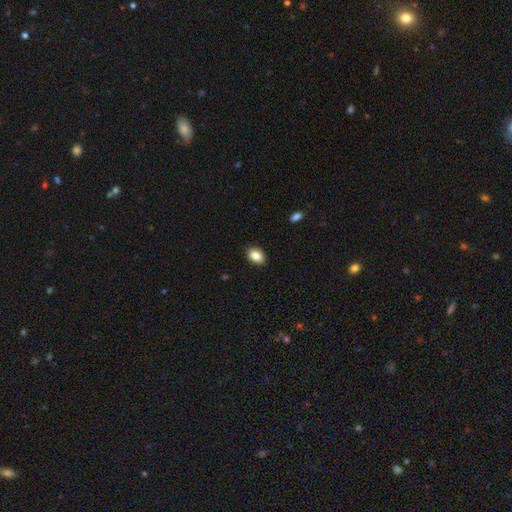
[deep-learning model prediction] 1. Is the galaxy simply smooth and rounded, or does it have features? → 85% smooth, 8% star or artifact, 7% featured or disk.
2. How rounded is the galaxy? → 81% in between, 18% round, 1% cigar-shaped.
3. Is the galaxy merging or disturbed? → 90% none, 8% minor disturbance, 2% major disturbance, 1% merger.